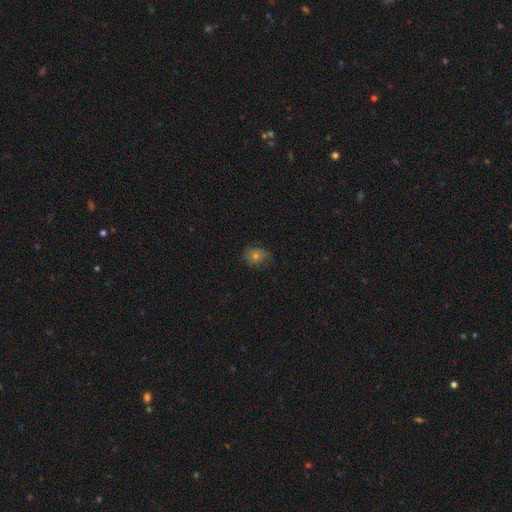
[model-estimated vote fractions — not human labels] A smooth galaxy with no disk features (63%) that is round (63%).

Vote fractions:
- Smooth or featured? smooth: 63% / featured or disk: 20% / star or artifact: 17%
- How rounded? round: 63% / in between: 36% / cigar-shaped: 1%
- Merging? none: 74% / minor disturbance: 20% / major disturbance: 5% / merger: 1%